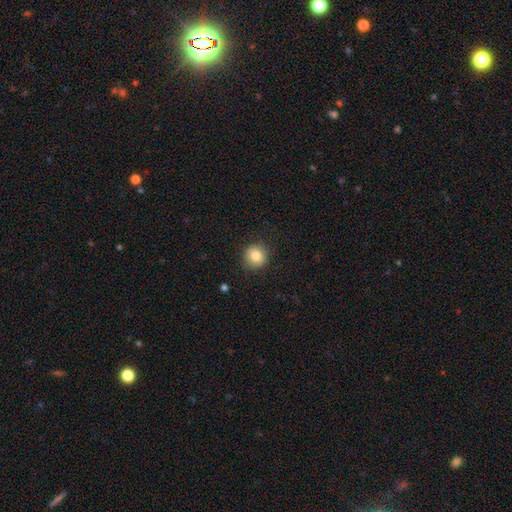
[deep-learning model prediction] smooth_or_featured: smooth (p=0.83) [alt: star or artifact p=0.10]
how_rounded: round (p=0.90) [alt: in between p=0.09]
merging: none (p=0.87) [alt: minor disturbance p=0.09]